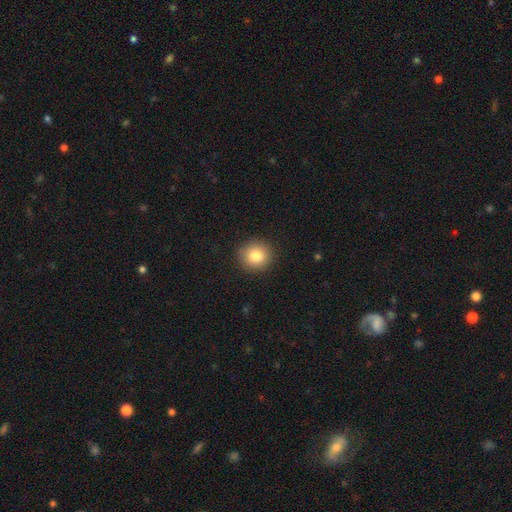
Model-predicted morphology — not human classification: A smooth galaxy with no disk features (82%) that is round (91%).

Vote fractions:
- Smooth or featured? smooth: 82% / star or artifact: 10% / featured or disk: 8%
- How rounded? round: 91% / in between: 8% / cigar-shaped: 1%
- Merging? none: 91% / minor disturbance: 6% / major disturbance: 2% / merger: 1%